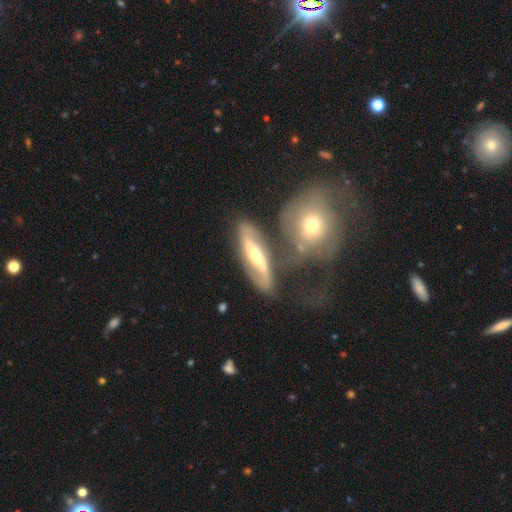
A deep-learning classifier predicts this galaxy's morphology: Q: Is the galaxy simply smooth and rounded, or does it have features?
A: featured or disk — 74%.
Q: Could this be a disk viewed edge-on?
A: no — 73%.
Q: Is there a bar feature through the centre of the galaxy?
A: strong — 40%.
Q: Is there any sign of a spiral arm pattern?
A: yes — 82%.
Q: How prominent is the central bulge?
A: moderate — 63%.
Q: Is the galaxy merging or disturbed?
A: none — 56%.